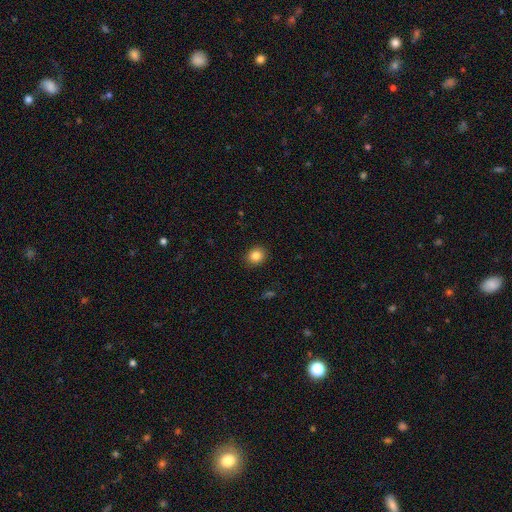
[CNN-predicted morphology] smooth-or-featured: smooth: 85% | star or artifact: 10% | featured or disk: 5%
  how-rounded: round: 75% | in between: 24% | cigar-shaped: 1%
  merging: none: 90% | minor disturbance: 7% | major disturbance: 2% | merger: 1%